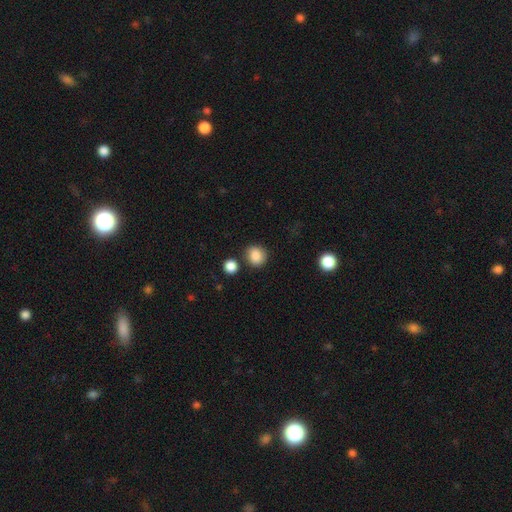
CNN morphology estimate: smooth-or-featured: smooth: 86% | star or artifact: 9% | featured or disk: 5%
  how-rounded: round: 80% | in between: 19% | cigar-shaped: 1%
  merging: none: 79% | minor disturbance: 11% | merger: 6% | major disturbance: 3%